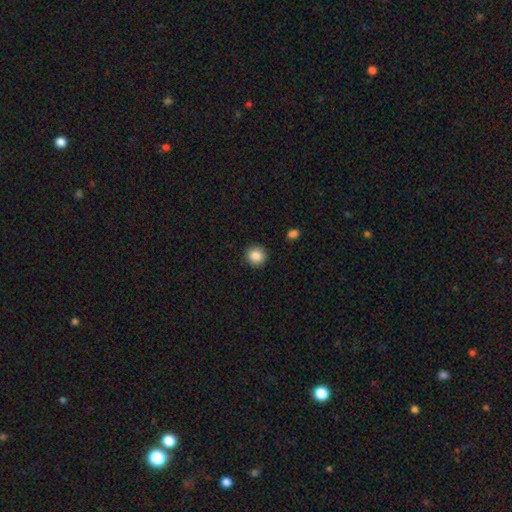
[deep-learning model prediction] The model was most divided on "smooth or featured": smooth: 85%, star or artifact: 9%, featured or disk: 5%. More confident: how rounded — round (93%); merging — none (91%).